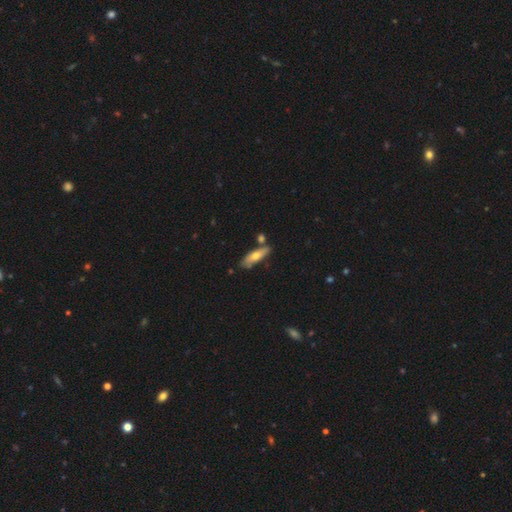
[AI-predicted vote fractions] Smooth or featured?
  - smooth: 60% *
  - featured or disk: 34%
  - star or artifact: 6%
How rounded?
  - cigar-shaped: 56% *
  - in between: 42%
  - round: 2%
Merging?
  - none: 71% *
  - minor disturbance: 16%
  - merger: 10%
  - major disturbance: 3%